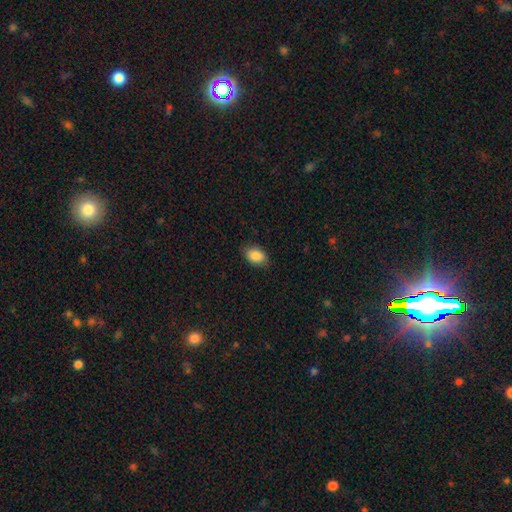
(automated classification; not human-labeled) Smooth or featured? smooth (88%)
How rounded? in between (86%)
Merging? none (82%)